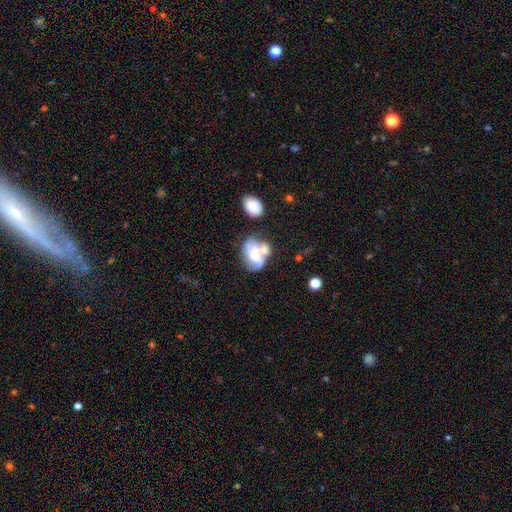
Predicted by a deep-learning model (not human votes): Smooth or featured: featured or disk — 49% (smooth — 43%)
Merging: merger — 54% (none — 20%)